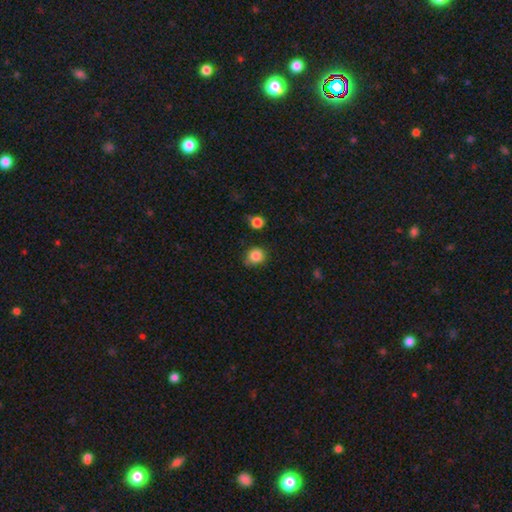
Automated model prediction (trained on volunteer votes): Overall: smooth (85%). How rounded: round (82%). Merging: none (72%).